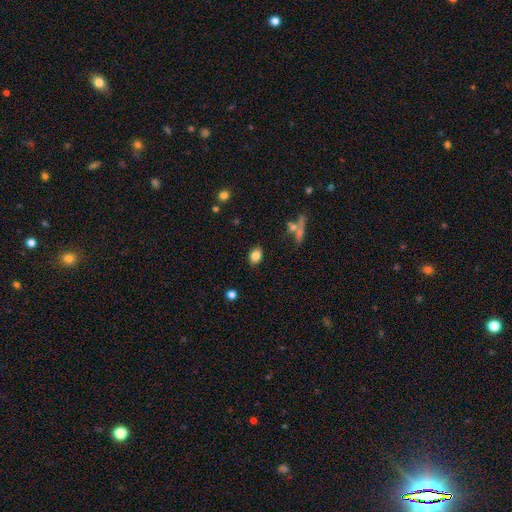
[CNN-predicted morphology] Overall: smooth (83%). How rounded: in between (73%). Merging: none (85%).